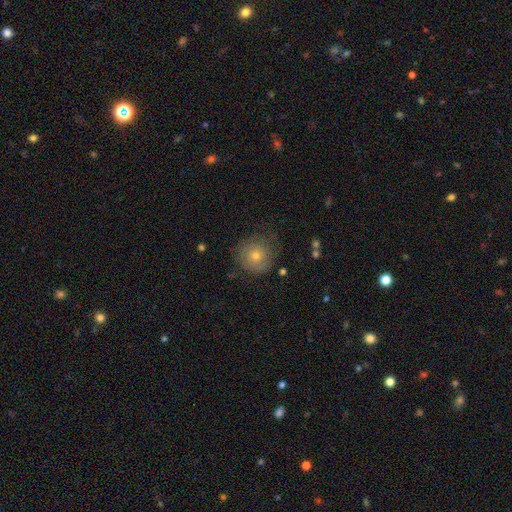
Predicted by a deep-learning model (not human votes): Smooth or featured: smooth — 53% (featured or disk — 33%)
How rounded: round — 93% (in between — 6%)
Merging: none — 73% (minor disturbance — 17%)